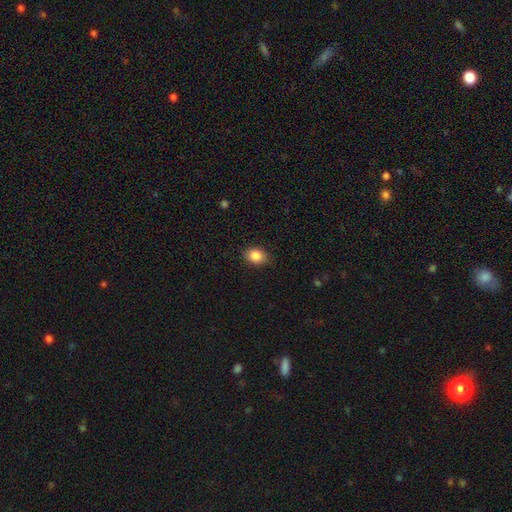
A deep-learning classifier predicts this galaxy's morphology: Q: Smooth or featured?
A: smooth (86%); runner-up: star or artifact (9%)
Q: How rounded?
A: in between (65%); runner-up: round (34%)
Q: Merging?
A: none (86%); runner-up: minor disturbance (10%)